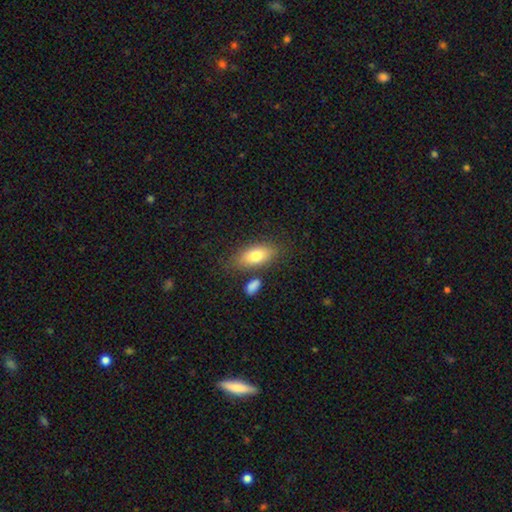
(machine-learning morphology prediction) smooth-or-featured: smooth: 77% | featured or disk: 16% | star or artifact: 7%
  how-rounded: in between: 86% | cigar-shaped: 9% | round: 5%
  merging: none: 74% | minor disturbance: 14% | merger: 9% | major disturbance: 4%